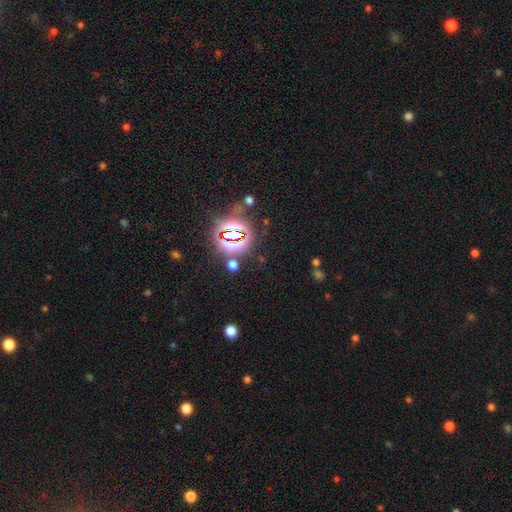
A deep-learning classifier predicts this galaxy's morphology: smooth_or_featured: star or artifact (p=0.84) [alt: smooth p=0.09]